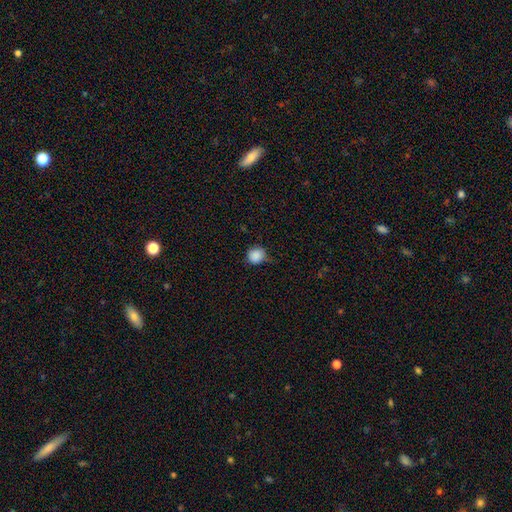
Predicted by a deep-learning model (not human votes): This appears to be a smooth galaxy with no disk features (87%) that is round (89%). Merging: none (75%).